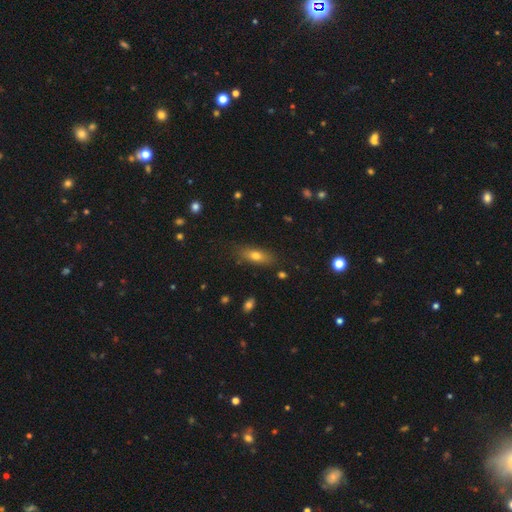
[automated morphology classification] smooth 70%, featured or disk 20%, star or artifact 10%. Down the decision tree: how rounded — in between (63%); merging — none (82%).